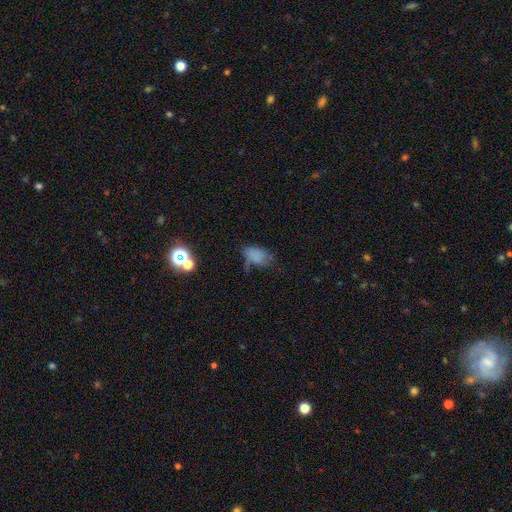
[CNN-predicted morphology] Smooth or featured: smooth — 63% (featured or disk — 22%)
How rounded: in between — 85% (round — 13%)
Merging: none — 36% (minor disturbance — 30%)